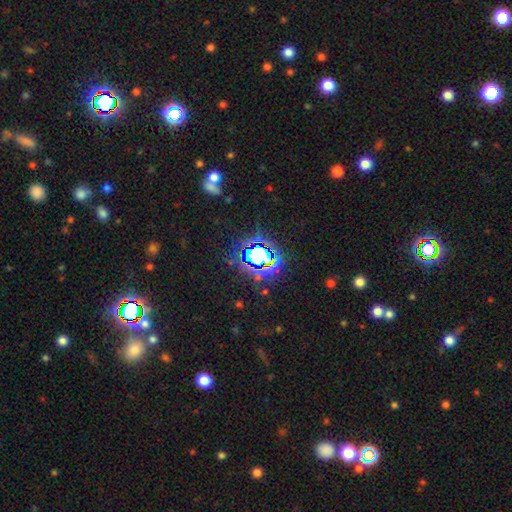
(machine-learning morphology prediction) star or artifact 69%, smooth 19%, featured or disk 12%.